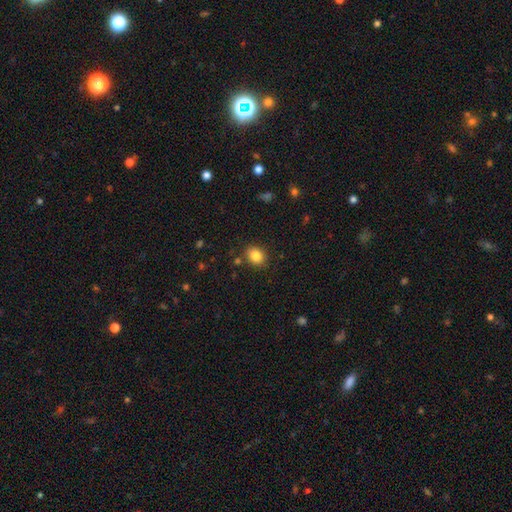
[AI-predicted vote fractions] smooth-or-featured: smooth: 84% | star or artifact: 10% | featured or disk: 6%
  how-rounded: round: 58% | in between: 42% | cigar-shaped: 1%
  merging: none: 85% | minor disturbance: 9% | merger: 3% | major disturbance: 3%